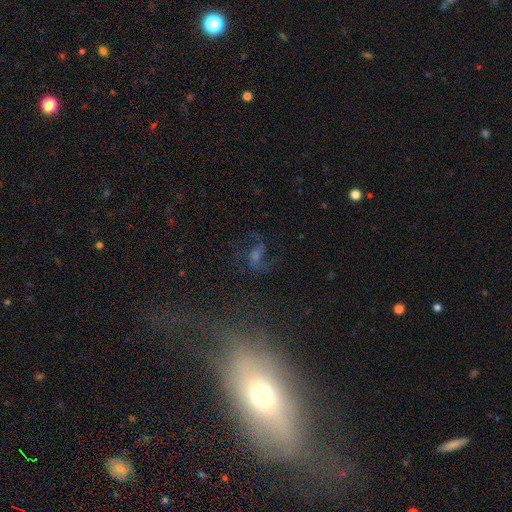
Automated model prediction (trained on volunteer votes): This appears to be a featured or disk galaxy (59%) with no bar (48%), spiral arms (88%) and a moderate central bulge (42%). Merging: none (61%).